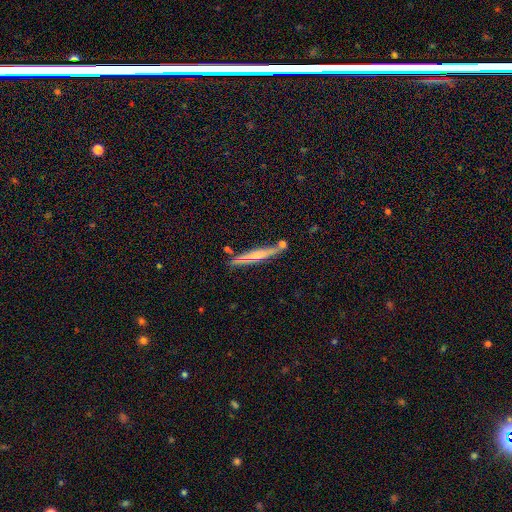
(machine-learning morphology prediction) Smooth or featured: smooth — 47% (featured or disk — 46%)
Merging: none — 75% (minor disturbance — 14%)